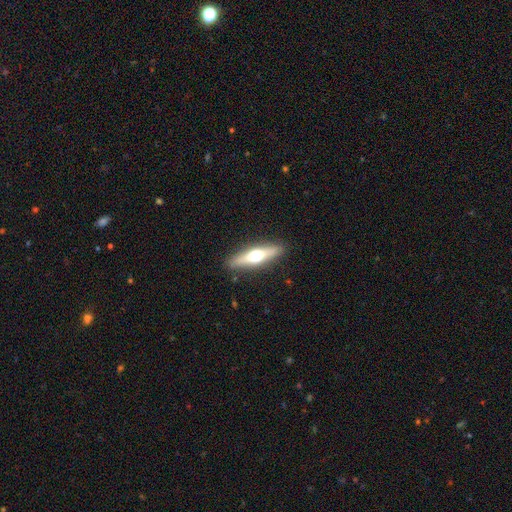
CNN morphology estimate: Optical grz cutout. It shows a featured or disk galaxy (55%) viewed edge-on (92%) with a rounded central bulge (94%). Merging: none (89%).